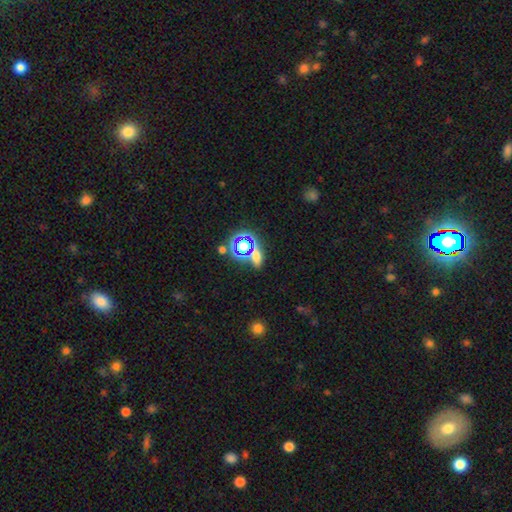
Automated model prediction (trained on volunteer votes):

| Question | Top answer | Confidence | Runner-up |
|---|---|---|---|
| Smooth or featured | smooth | 44% | star or artifact (43%) |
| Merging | none | 65% | merger (16%) |